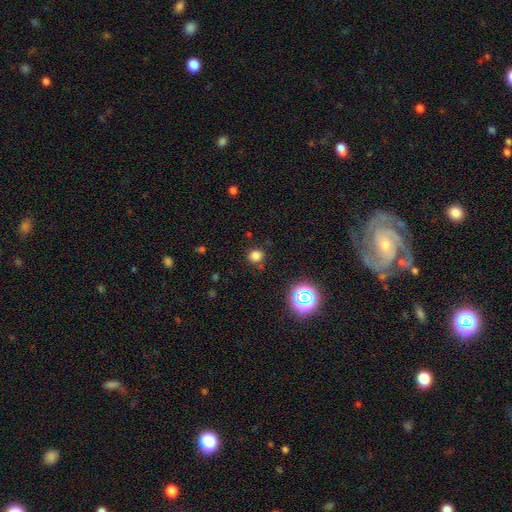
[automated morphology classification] The model was most divided on "smooth or featured": smooth: 77%, star or artifact: 19%, featured or disk: 5%. More confident: how rounded — round (86%); merging — none (85%).